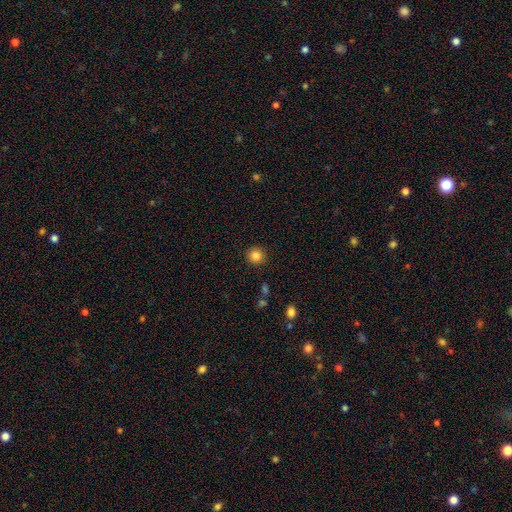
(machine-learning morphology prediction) smooth 85%, star or artifact 10%, featured or disk 5%. Down the decision tree: how rounded — round (92%); merging — none (90%).